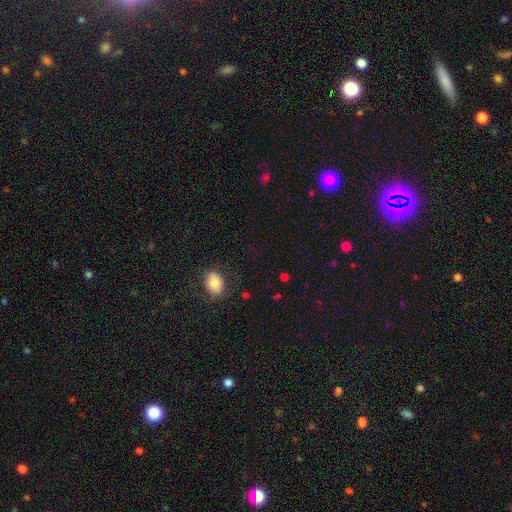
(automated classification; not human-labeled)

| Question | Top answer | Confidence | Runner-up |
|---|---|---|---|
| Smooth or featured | smooth | 66% | star or artifact (23%) |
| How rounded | in between | 51% | round (47%) |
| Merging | none | 75% | minor disturbance (14%) |